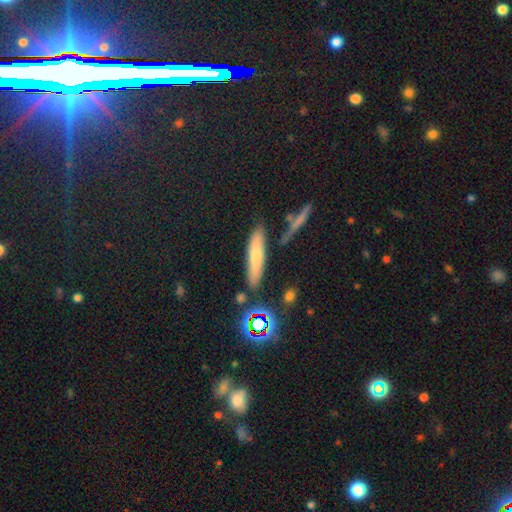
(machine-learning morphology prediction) A smooth galaxy with no disk features (68%) that is cigar-shaped (78%).

Vote fractions:
- Smooth or featured? smooth: 68% / featured or disk: 19% / star or artifact: 13%
- How rounded? cigar-shaped: 78% / in between: 19% / round: 3%
- Merging? none: 77% / minor disturbance: 13% / merger: 6% / major disturbance: 4%